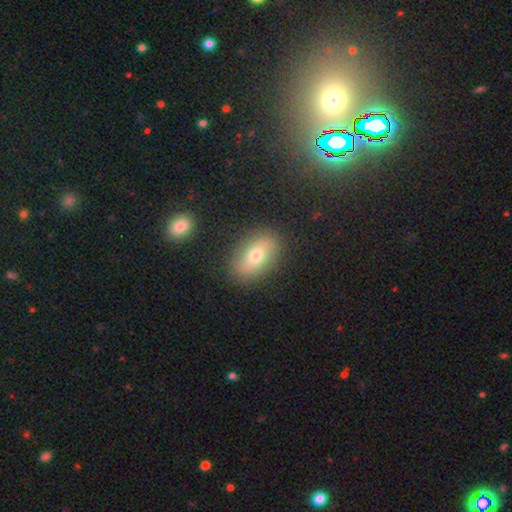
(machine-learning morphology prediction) A smooth galaxy with no disk features (59%) that is in between round and cigar-shaped (87%).

Vote fractions:
- Smooth or featured? smooth: 59% / featured or disk: 31% / star or artifact: 10%
- How rounded? in between: 87% / round: 9% / cigar-shaped: 4%
- Merging? none: 85% / minor disturbance: 10% / major disturbance: 3% / merger: 2%